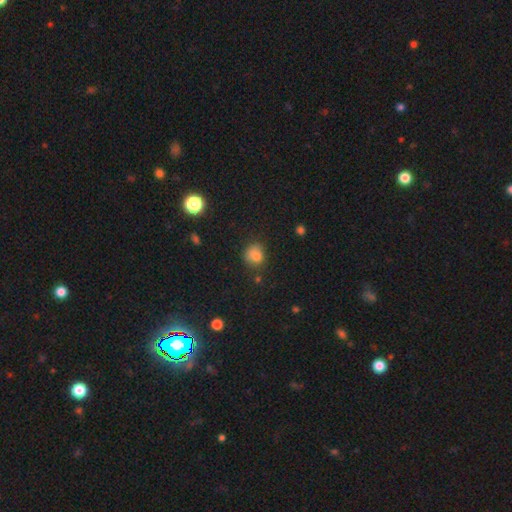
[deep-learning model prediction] Smooth or featured? Predicted: smooth (p=0.77). How rounded? Predicted: round (p=0.72). Merging? Predicted: none (p=0.61).